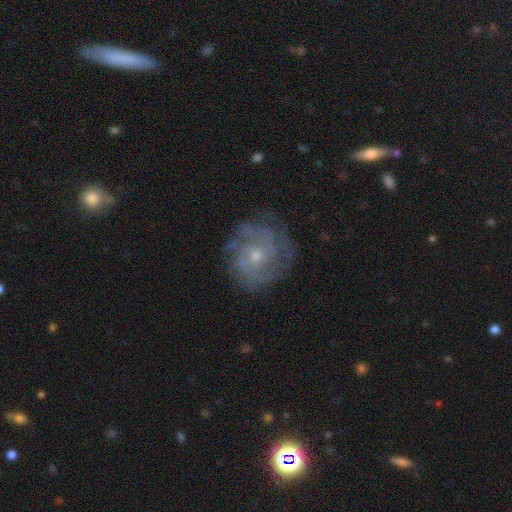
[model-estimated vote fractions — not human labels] featured or disk 78%, smooth 13%, star or artifact 8%. Down the decision tree: edge-on disk — no (97%); bar — no (75%); spiral arms — yes (91%); spiral arm count — can't tell (35%); spiral winding — tight (59%); bulge size — small (52%); merging — none (77%).